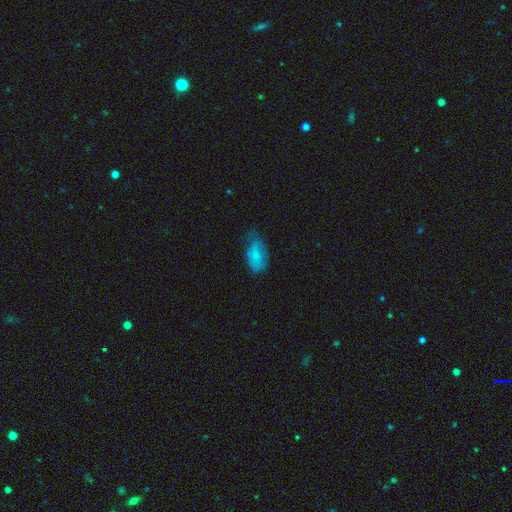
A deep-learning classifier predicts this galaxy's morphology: smooth_or_featured: smooth (p=0.74) [alt: featured or disk p=0.18]
how_rounded: in between (p=0.91) [alt: cigar-shaped p=0.05]
merging: minor disturbance (p=0.40) [alt: none p=0.39]